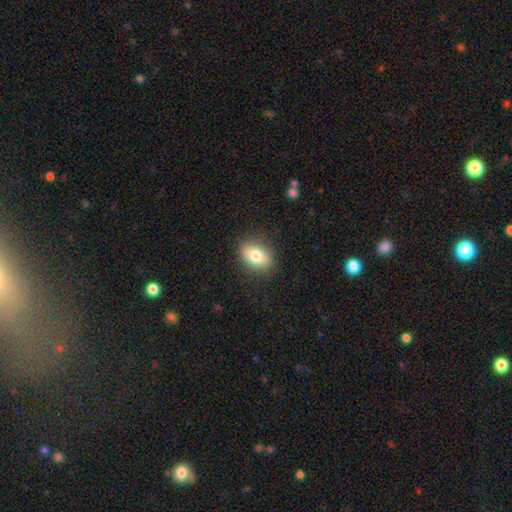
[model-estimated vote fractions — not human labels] Q: Smooth or featured?
A: smooth (74%); runner-up: featured or disk (18%)
Q: How rounded?
A: in between (69%); runner-up: round (29%)
Q: Merging?
A: none (84%); runner-up: minor disturbance (12%)